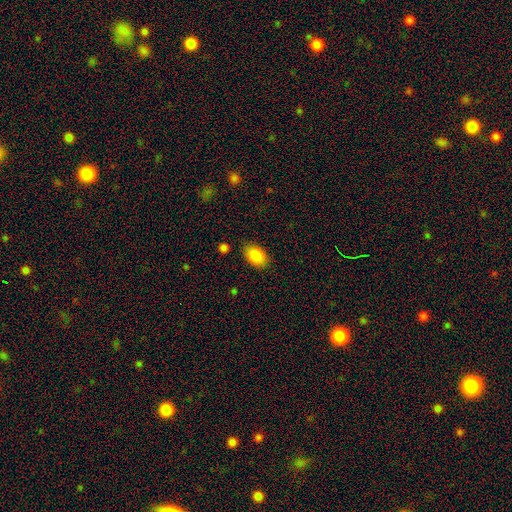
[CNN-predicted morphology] Q: Smooth or featured?
A: smooth (87%); runner-up: star or artifact (7%)
Q: How rounded?
A: in between (87%); runner-up: round (12%)
Q: Merging?
A: none (85%); runner-up: minor disturbance (11%)